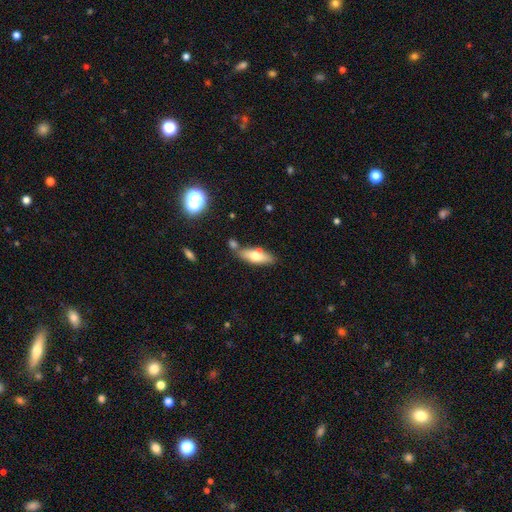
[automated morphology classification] Overall: smooth (65%; featured or disk 28%). How rounded: in between (65%; cigar-shaped 33%). Merging: none (68%).